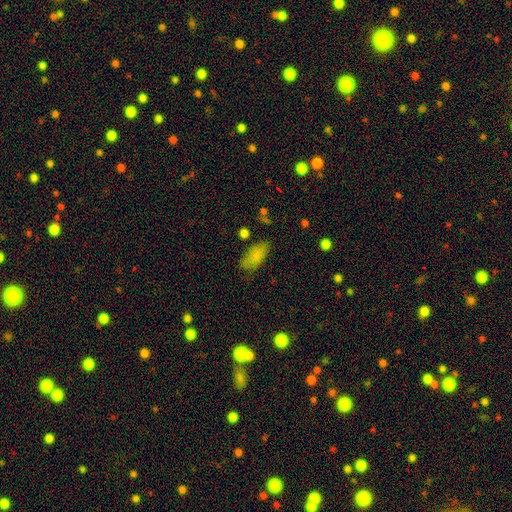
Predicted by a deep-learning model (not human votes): Morphology: type=smooth (82%); roundness=in between (89%); merging=none (74%).